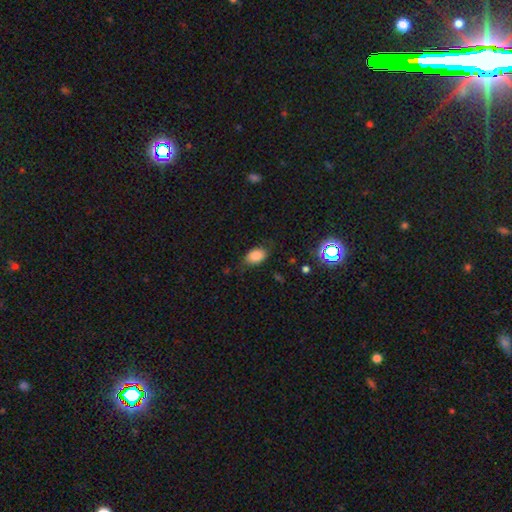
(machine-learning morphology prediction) smooth 80%, star or artifact 11%, featured or disk 9%. Down the decision tree: how rounded — in between (87%); merging — none (71%).